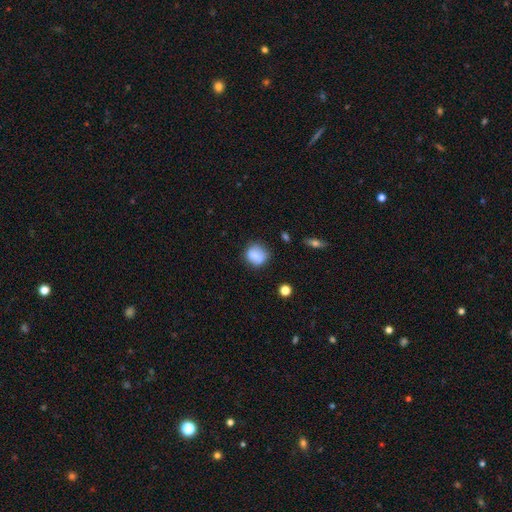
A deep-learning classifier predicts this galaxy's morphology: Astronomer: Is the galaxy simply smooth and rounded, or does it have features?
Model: smooth — 80%.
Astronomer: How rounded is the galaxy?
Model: round — 72%.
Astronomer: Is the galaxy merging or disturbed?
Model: none — 70%.